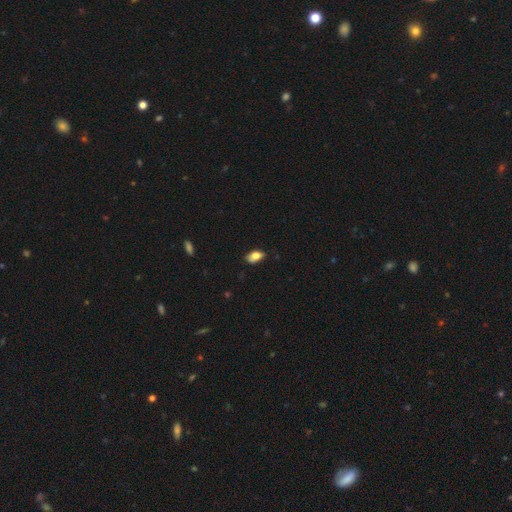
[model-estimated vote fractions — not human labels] Smooth or featured? smooth (77%)
How rounded? in between (90%)
Merging? none (70%)